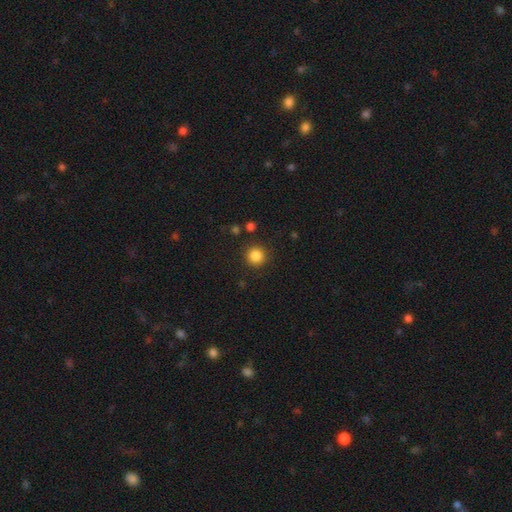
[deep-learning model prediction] smooth_or_featured: smooth (p=0.85) [alt: star or artifact p=0.11]
how_rounded: round (p=0.94) [alt: in between p=0.05]
merging: none (p=0.89) [alt: minor disturbance p=0.06]